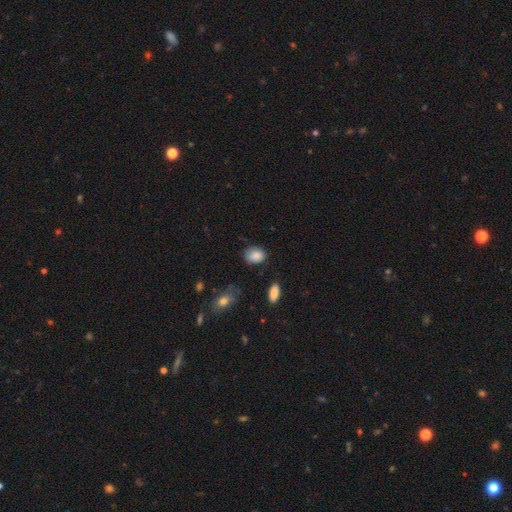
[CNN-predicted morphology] Smooth or featured? smooth (87%)
How rounded? in between (63%)
Merging? none (73%)